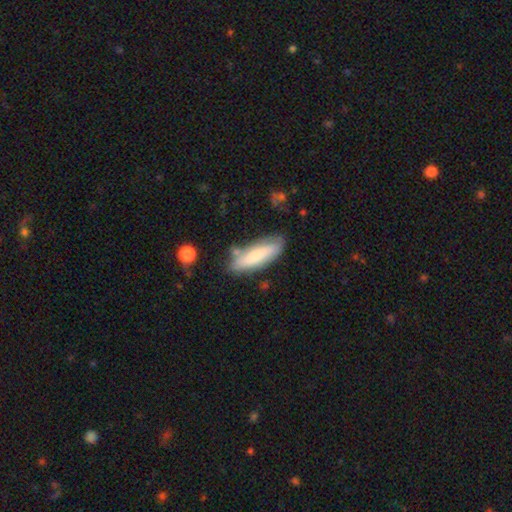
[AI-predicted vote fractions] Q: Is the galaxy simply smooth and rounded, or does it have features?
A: smooth — 71%.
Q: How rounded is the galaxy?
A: cigar-shaped — 57%.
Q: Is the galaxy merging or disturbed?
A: none — 69%.